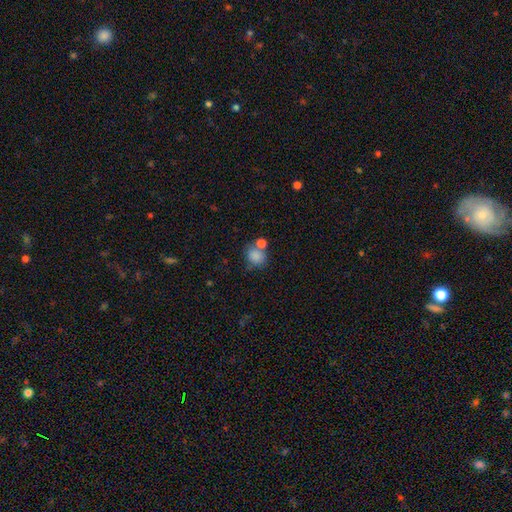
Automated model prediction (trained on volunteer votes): Smooth or featured? smooth (83%)
How rounded? round (63%)
Merging? none (53%)